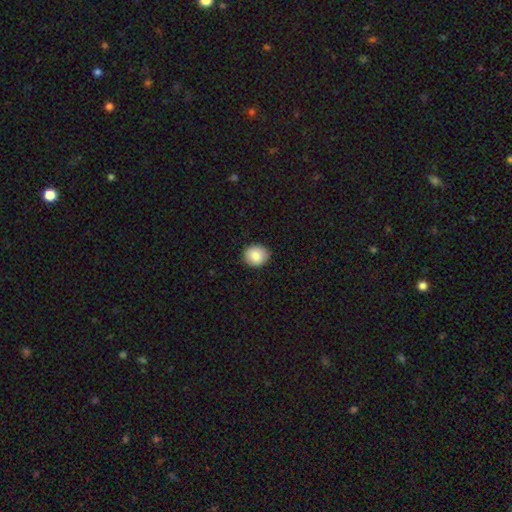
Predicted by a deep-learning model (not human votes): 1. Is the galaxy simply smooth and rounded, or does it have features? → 86% smooth, 8% star or artifact, 6% featured or disk.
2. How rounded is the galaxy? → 74% round, 25% in between, 1% cigar-shaped.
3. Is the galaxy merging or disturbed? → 87% none, 10% minor disturbance, 2% major disturbance, 1% merger.